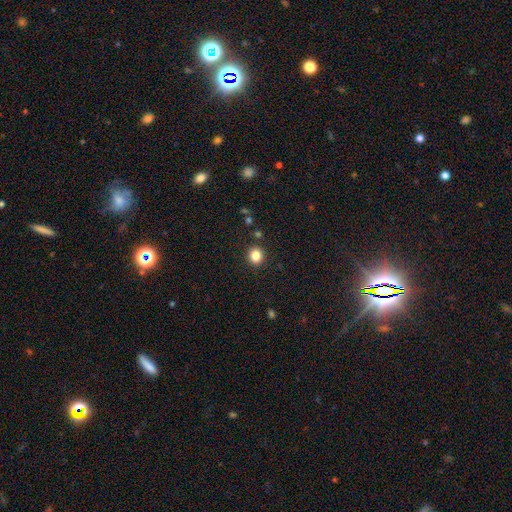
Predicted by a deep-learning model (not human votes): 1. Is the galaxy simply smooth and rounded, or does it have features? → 84% smooth, 11% star or artifact, 5% featured or disk.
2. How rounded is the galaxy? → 79% round, 20% in between, 1% cigar-shaped.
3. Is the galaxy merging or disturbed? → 90% none, 6% minor disturbance, 2% major disturbance, 2% merger.